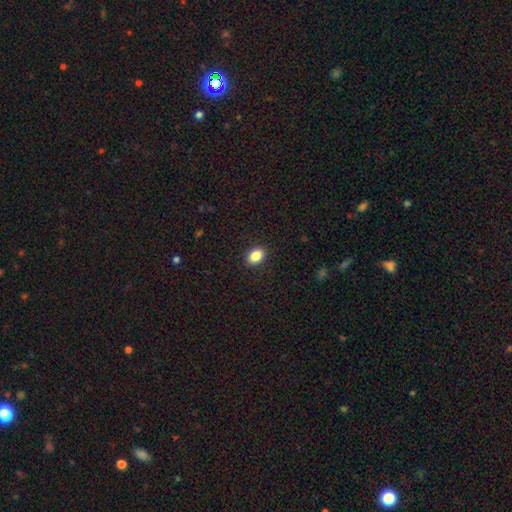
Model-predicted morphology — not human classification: smooth-or-featured: smooth: 87% | star or artifact: 9% | featured or disk: 5%
  how-rounded: in between: 79% | round: 20% | cigar-shaped: 1%
  merging: none: 90% | minor disturbance: 7% | major disturbance: 2% | merger: 1%